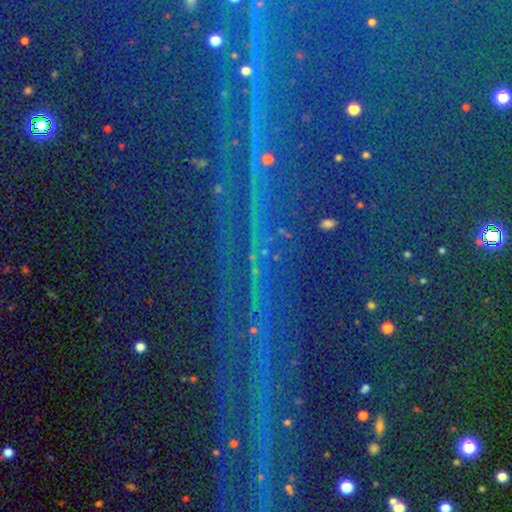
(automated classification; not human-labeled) star or artifact 88%, featured or disk 6%, smooth 6%.